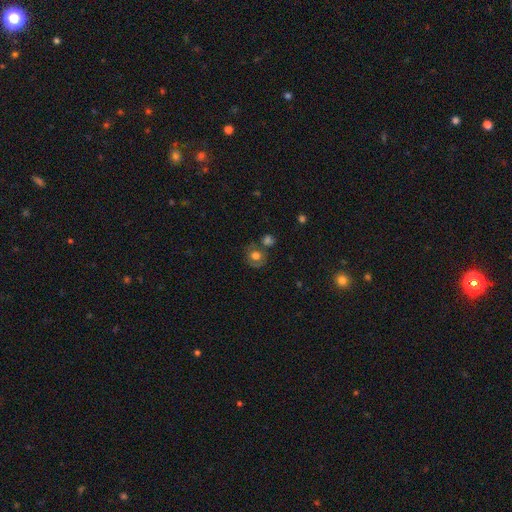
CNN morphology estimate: Smooth or featured? smooth (62%)
How rounded? round (81%)
Merging? none (63%)